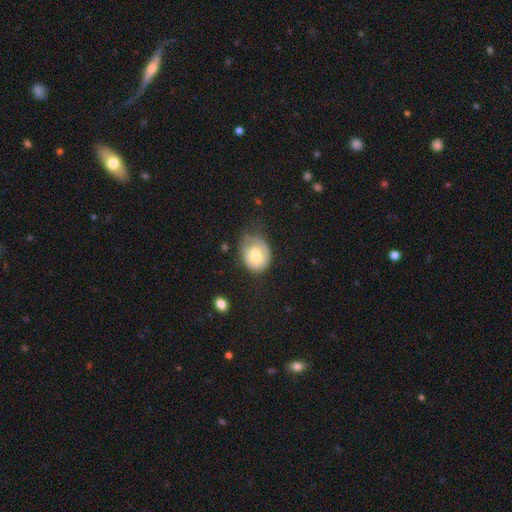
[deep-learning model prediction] This appears to be a smooth galaxy with no disk features (64%) that is in between round and cigar-shaped (52%). Merging: none (35%).